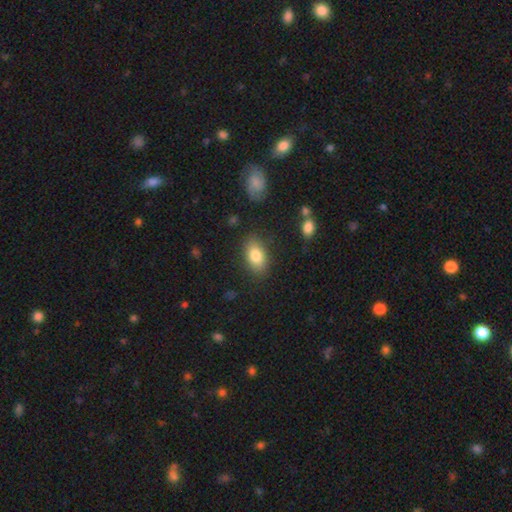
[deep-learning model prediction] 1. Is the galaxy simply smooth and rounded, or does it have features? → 80% smooth, 12% featured or disk, 8% star or artifact.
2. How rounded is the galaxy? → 89% in between, 8% round, 3% cigar-shaped.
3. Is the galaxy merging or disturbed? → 83% none, 12% minor disturbance, 3% major disturbance, 2% merger.